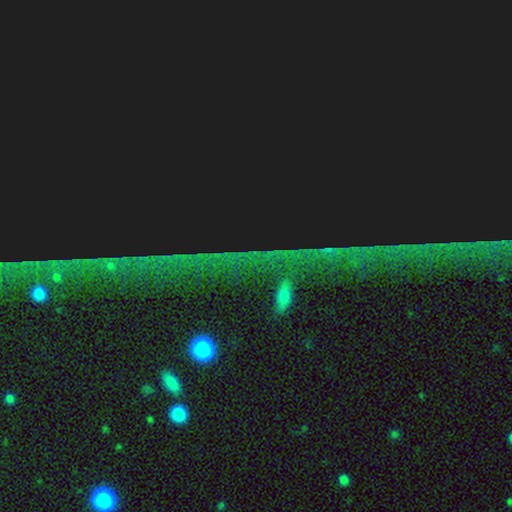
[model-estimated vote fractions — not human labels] A star or artifact, not a galaxy (77%).

Vote fractions:
- Smooth or featured? star or artifact: 77% / smooth: 12% / featured or disk: 11%